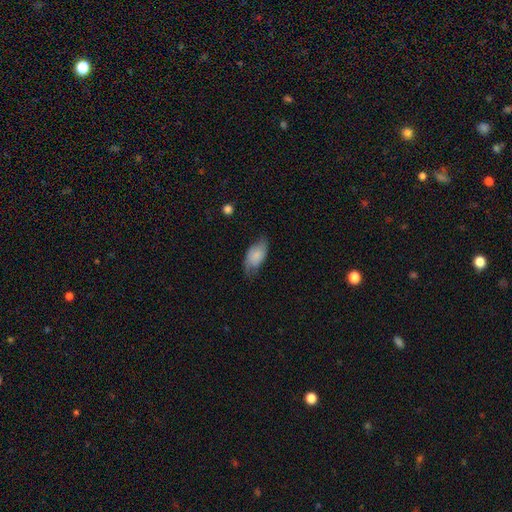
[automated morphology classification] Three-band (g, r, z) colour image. It shows a smooth galaxy with no disk features (73%) that is in between round and cigar-shaped (93%). Merging: none (59%).